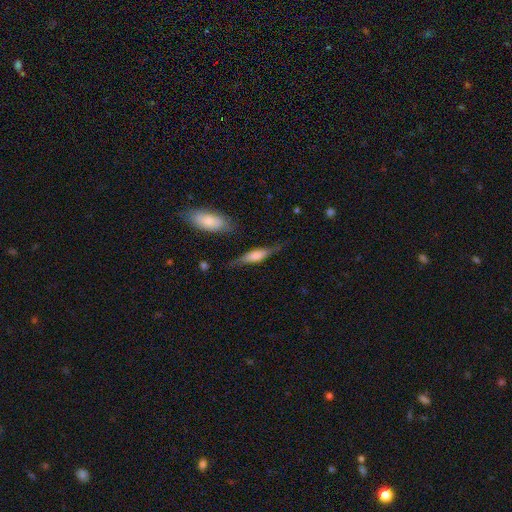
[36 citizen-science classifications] smooth-or-featured: featured or disk: 64% | smooth: 36% | star or artifact: 0%
  disk-edge-on: yes: 96% | no: 4%
    edge-on-bulge: rounded: 73% | boxy: 27% | none: 0%
  merging: none: 67% | minor disturbance: 19% | major disturbance: 11% | merger: 3%